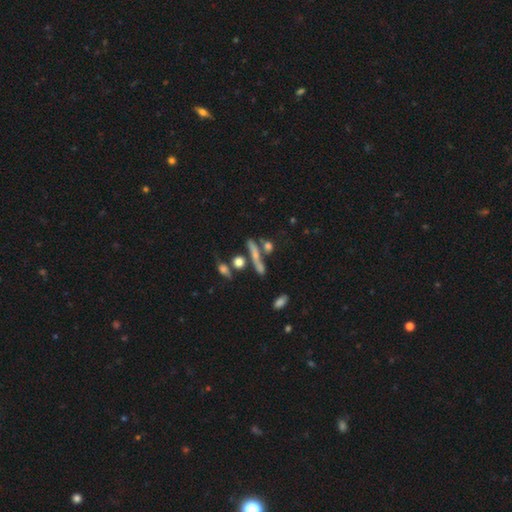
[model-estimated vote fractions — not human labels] Morphology: type=featured or disk (41%); merging=none (56%).